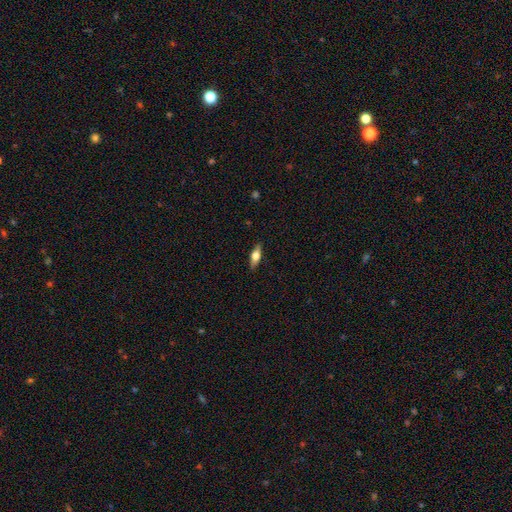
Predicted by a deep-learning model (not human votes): Smooth or featured? smooth (50%)
How rounded? in between (59%)
Merging? none (88%)